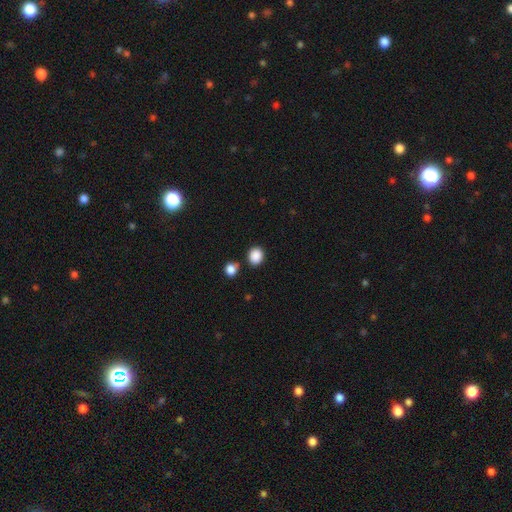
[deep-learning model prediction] Smooth or featured? Predicted: smooth (p=0.87). How rounded? Predicted: round (p=0.68). Merging? Predicted: none (p=0.79).